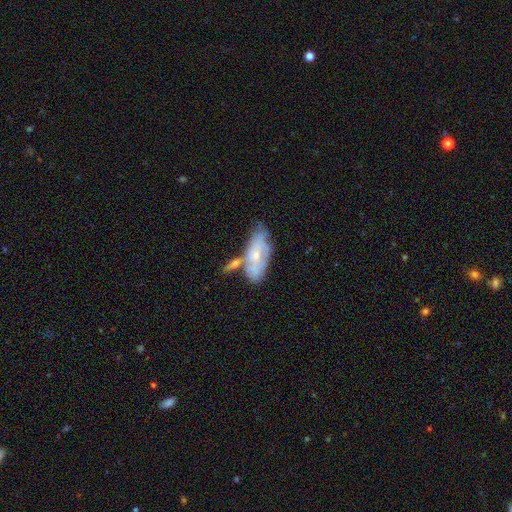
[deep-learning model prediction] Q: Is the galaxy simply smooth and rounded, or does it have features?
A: featured or disk — 55%.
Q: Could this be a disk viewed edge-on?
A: no — 88%.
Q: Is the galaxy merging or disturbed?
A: none — 36%.